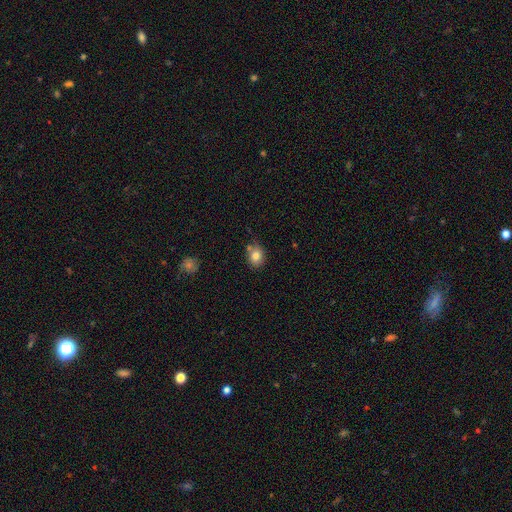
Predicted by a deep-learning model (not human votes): smooth-or-featured: smooth: 80% | star or artifact: 10% | featured or disk: 9%
  how-rounded: round: 54% | in between: 45% | cigar-shaped: 1%
  merging: none: 69% | minor disturbance: 18% | merger: 10% | major disturbance: 3%